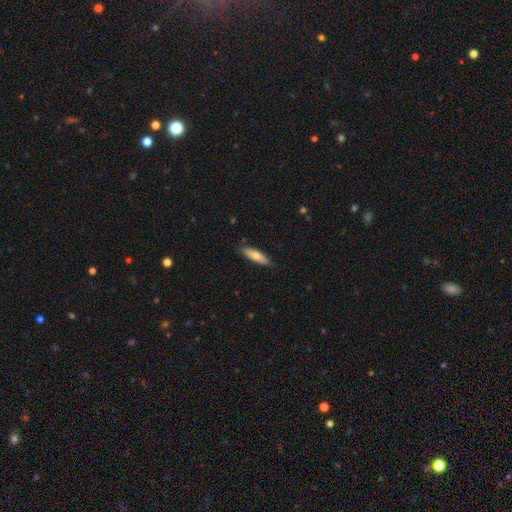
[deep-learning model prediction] This appears to be a smooth galaxy with no disk features (69%) that is cigar-shaped (64%). Merging: none (85%).